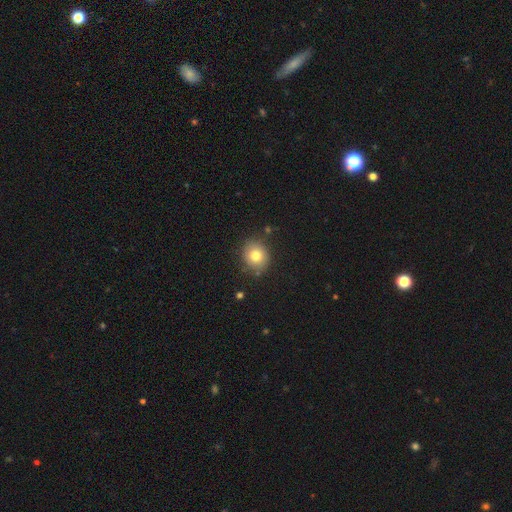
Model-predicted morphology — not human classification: A smooth galaxy with no disk features (78%) that is round (76%). Merging: none (83%).